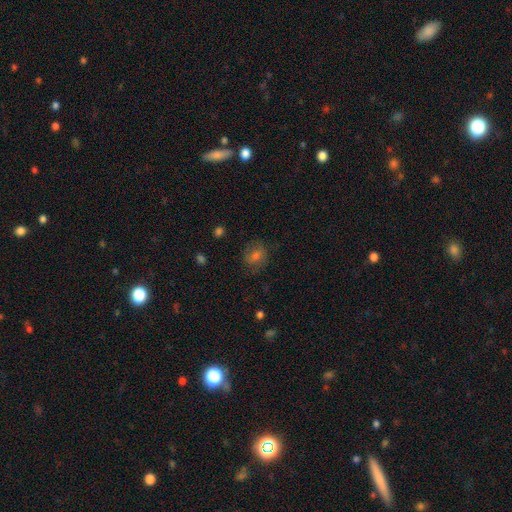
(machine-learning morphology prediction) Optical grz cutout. It shows a smooth galaxy with no disk features (48%). Merging: none (76%).